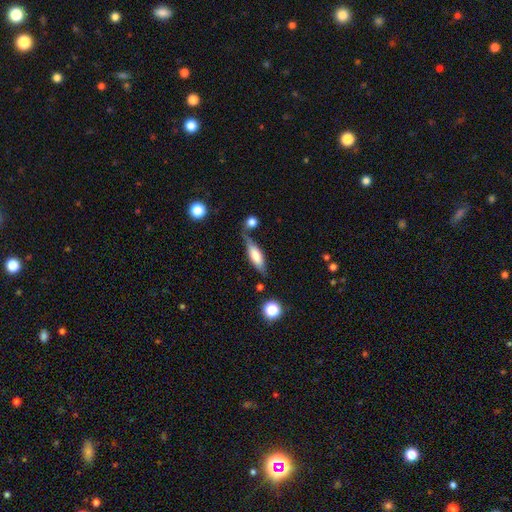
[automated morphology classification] smooth-or-featured: smooth: 59% | featured or disk: 34% | star or artifact: 7%
  how-rounded: cigar-shaped: 55% | in between: 43% | round: 2%
  merging: none: 62% | minor disturbance: 20% | merger: 11% | major disturbance: 6%